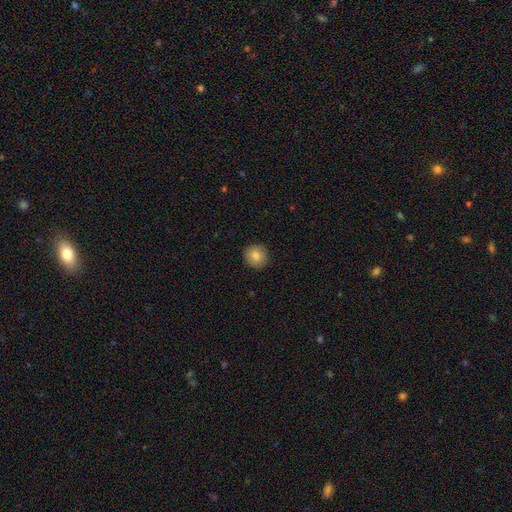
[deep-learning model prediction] A smooth galaxy with no disk features (82%) that is round (93%).

Vote fractions:
- Smooth or featured? smooth: 82% / featured or disk: 9% / star or artifact: 9%
- How rounded? round: 93% / in between: 6% / cigar-shaped: 1%
- Merging? none: 91% / minor disturbance: 7% / major disturbance: 2% / merger: 1%